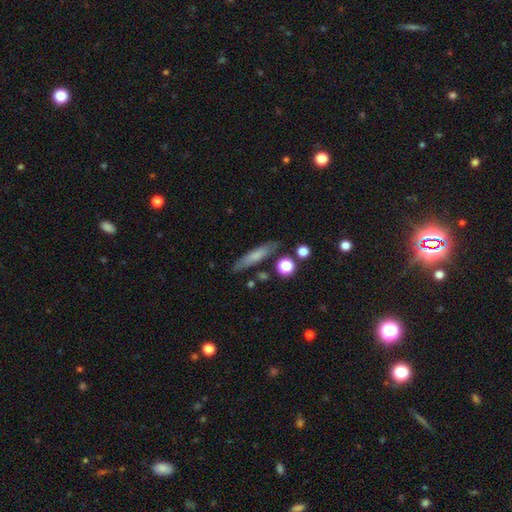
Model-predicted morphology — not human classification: A smooth galaxy with no disk features (66%) that is cigar-shaped (84%). Merging: none (82%).